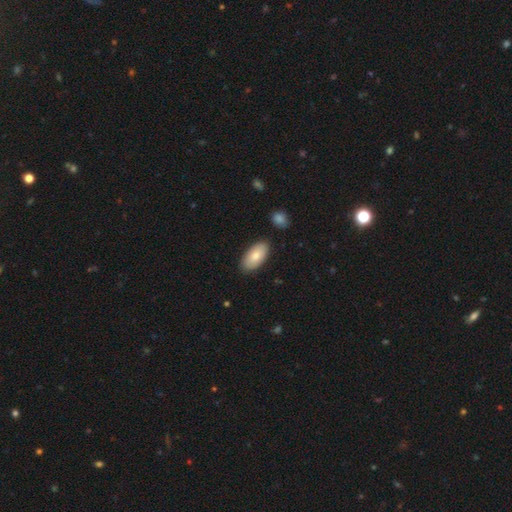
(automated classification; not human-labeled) A smooth galaxy with no disk features (80%) that is in between round and cigar-shaped (94%). Merging: none (84%).